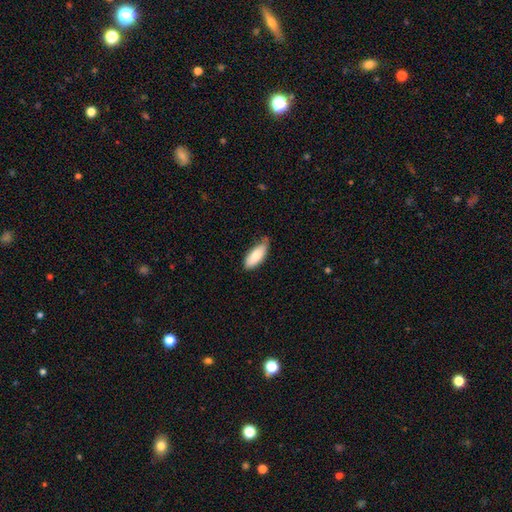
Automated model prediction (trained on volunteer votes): smooth-or-featured: smooth: 81% | featured or disk: 13% | star or artifact: 6%
  how-rounded: in between: 82% | cigar-shaped: 16% | round: 2%
  merging: none: 58% | minor disturbance: 35% | major disturbance: 5% | merger: 2%